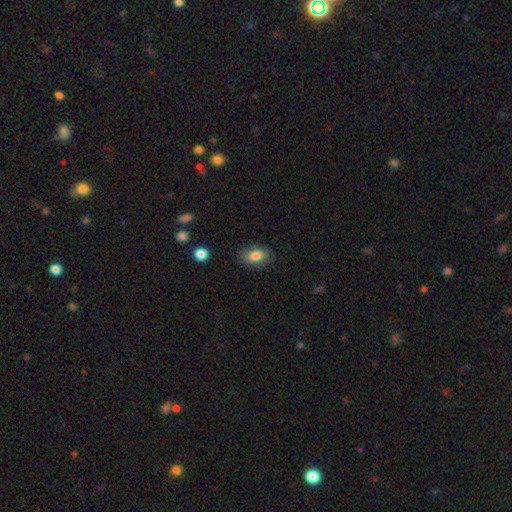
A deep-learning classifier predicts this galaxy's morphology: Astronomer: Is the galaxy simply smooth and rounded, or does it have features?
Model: smooth — 82%.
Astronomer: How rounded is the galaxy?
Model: in between — 86%.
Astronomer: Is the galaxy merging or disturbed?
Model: none — 78%.